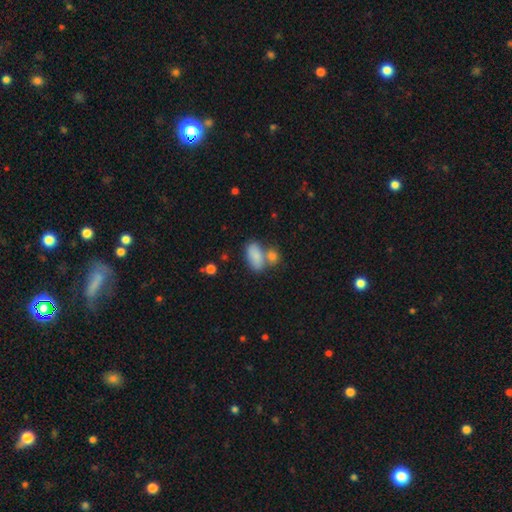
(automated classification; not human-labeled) smooth-or-featured: smooth: 84% | featured or disk: 9% | star or artifact: 7%
  how-rounded: in between: 92% | round: 5% | cigar-shaped: 4%
  merging: merger: 42% | none: 41% | minor disturbance: 12% | major disturbance: 5%